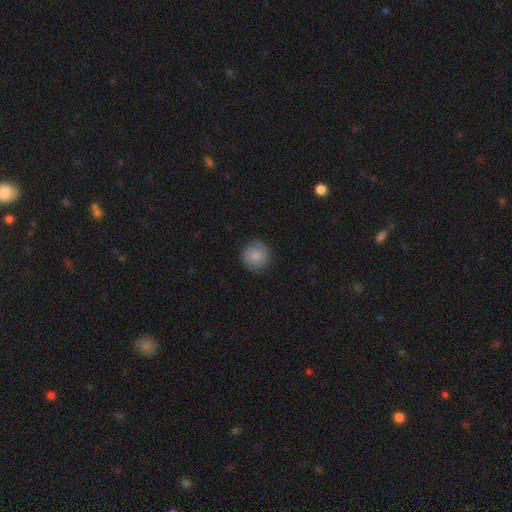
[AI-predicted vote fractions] smooth 82%, featured or disk 11%, star or artifact 7%. Down the decision tree: how rounded — round (93%); merging — none (86%).